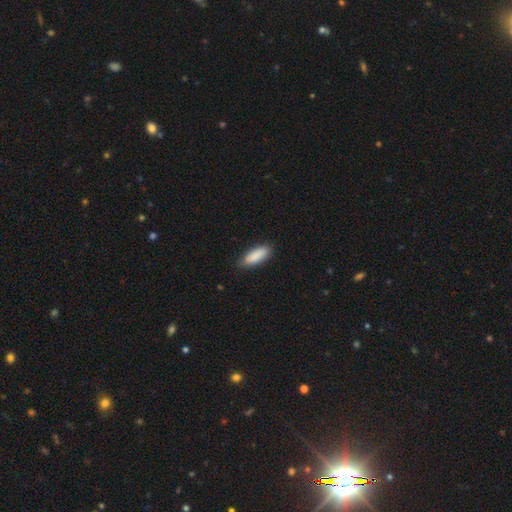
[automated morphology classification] This appears to be a smooth galaxy with no disk features (89%) that is in between round and cigar-shaped (62%). Merging: none (86%).